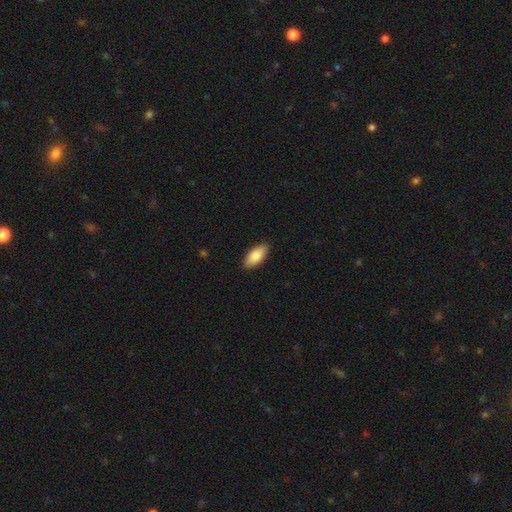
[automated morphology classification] Q: Smooth or featured?
A: smooth (84%); runner-up: featured or disk (10%)
Q: How rounded?
A: in between (87%); runner-up: cigar-shaped (11%)
Q: Merging?
A: none (89%); runner-up: minor disturbance (8%)